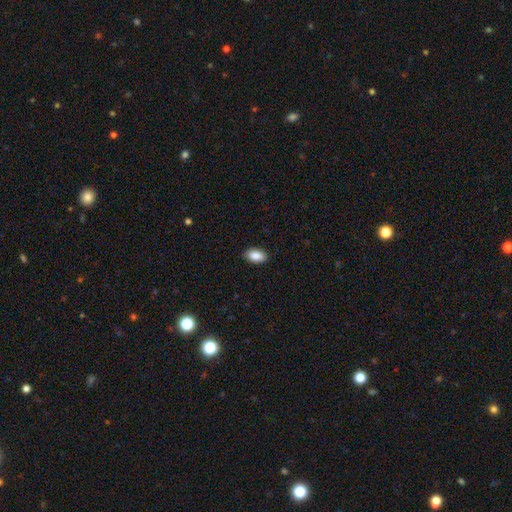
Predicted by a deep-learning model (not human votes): A smooth galaxy with no disk features (89%) that is in between round and cigar-shaped (93%). Merging: none (89%).